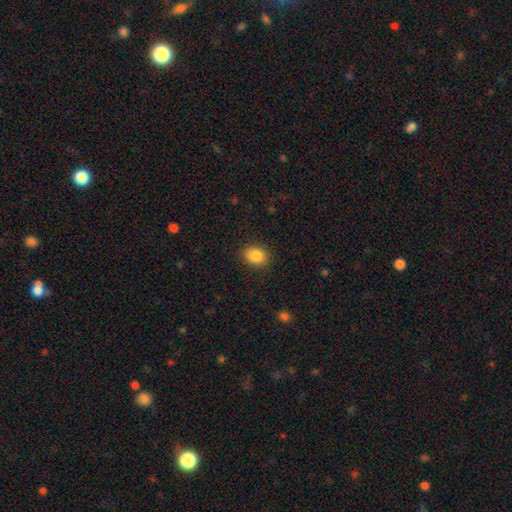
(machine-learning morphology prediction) smooth-or-featured: smooth: 87% | star or artifact: 9% | featured or disk: 4%
  how-rounded: in between: 55% | round: 44% | cigar-shaped: 1%
  merging: none: 88% | minor disturbance: 8% | major disturbance: 3% | merger: 1%